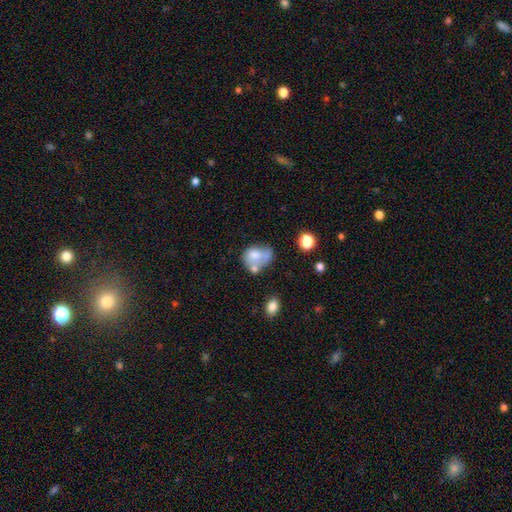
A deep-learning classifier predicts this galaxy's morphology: smooth 63%, featured or disk 27%, star or artifact 10%. Down the decision tree: how rounded — in between (60%); merging — merger (37%).